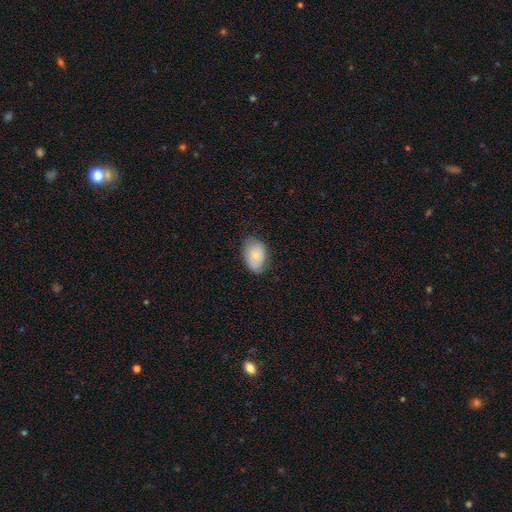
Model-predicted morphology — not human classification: smooth-or-featured: smooth: 77% | featured or disk: 16% | star or artifact: 7%
  how-rounded: in between: 87% | round: 12% | cigar-shaped: 1%
  merging: none: 72% | minor disturbance: 22% | major disturbance: 5% | merger: 1%